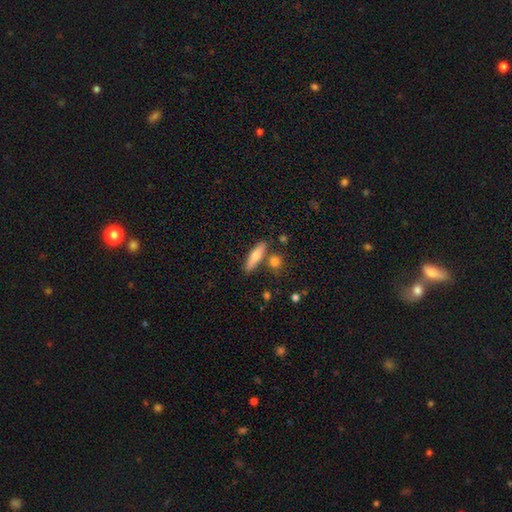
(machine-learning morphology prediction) smooth_or_featured: smooth (p=0.69) [alt: featured or disk p=0.25]
how_rounded: cigar-shaped (p=0.65) [alt: in between p=0.32]
merging: none (p=0.75) [alt: minor disturbance p=0.12]